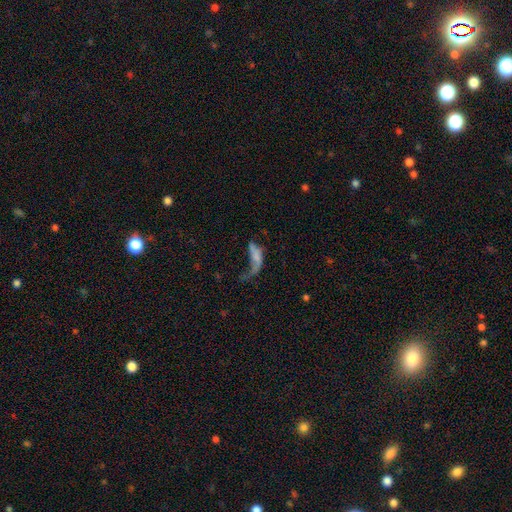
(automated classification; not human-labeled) Q: Smooth or featured?
A: smooth (45%); runner-up: featured or disk (43%)
Q: Merging?
A: major disturbance (55%); runner-up: none (19%)